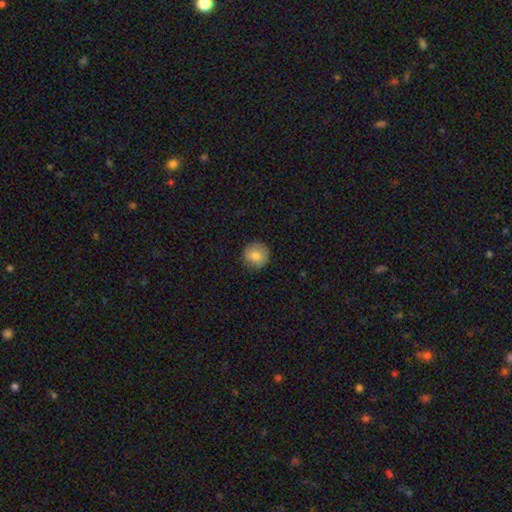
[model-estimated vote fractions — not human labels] Smooth or featured? Predicted: smooth (p=0.81). How rounded? Predicted: round (p=0.95). Merging? Predicted: none (p=0.89).